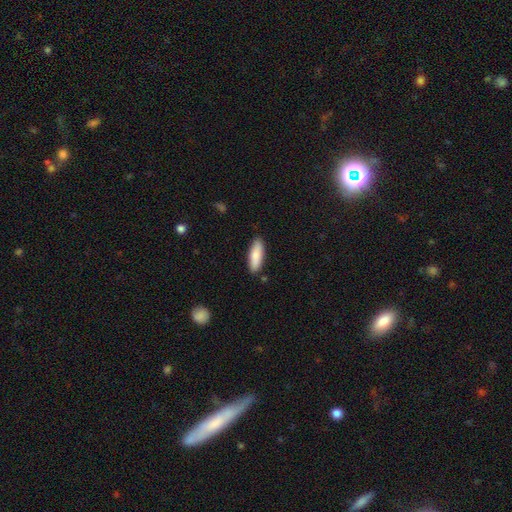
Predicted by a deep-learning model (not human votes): smooth 84%, featured or disk 11%, star or artifact 6%. Down the decision tree: how rounded — in between (55%); merging — none (87%).